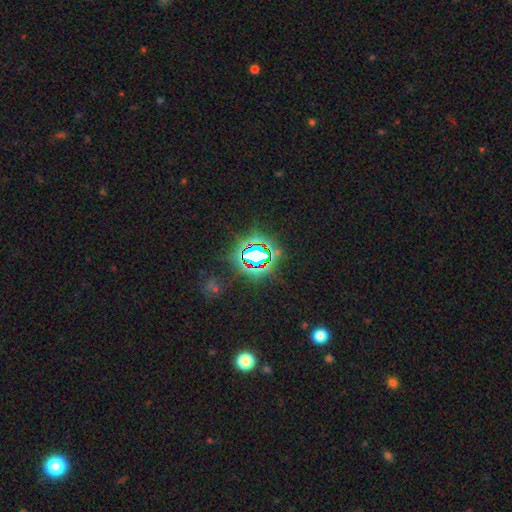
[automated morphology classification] Q: Smooth or featured?
A: star or artifact (77%); runner-up: smooth (13%)